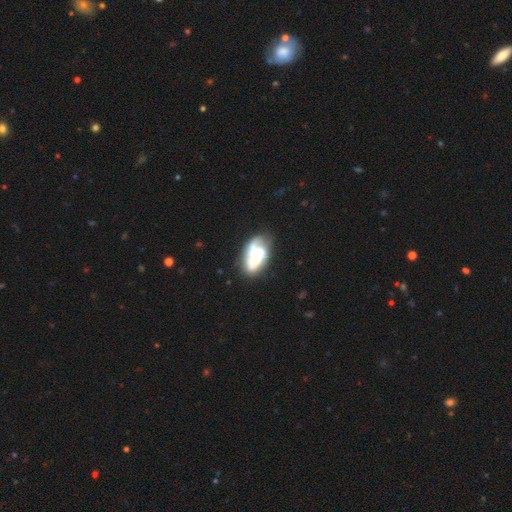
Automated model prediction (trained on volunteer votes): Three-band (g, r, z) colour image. It shows a featured or disk galaxy (62%) with no bar (70%), spiral arms (76%) and a moderate central bulge (28%). Merging: none (45%).